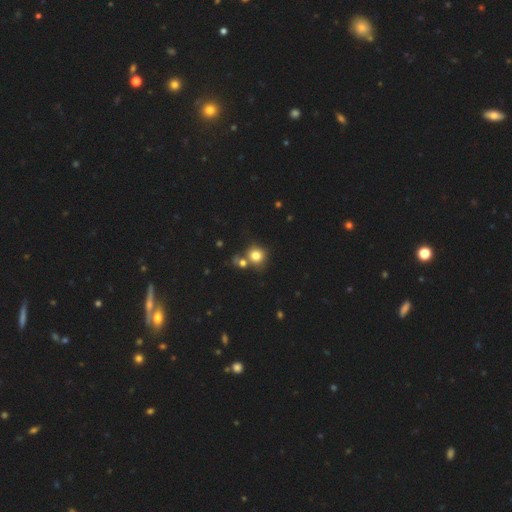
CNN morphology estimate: A smooth galaxy with no disk features (80%) that is round (86%). Merging: none (55%).